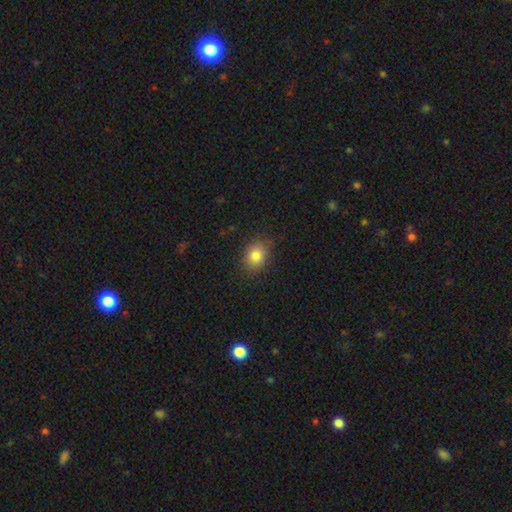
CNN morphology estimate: The model was most divided on "how rounded": in between: 52%, round: 47%, cigar-shaped: 1%. More confident: smooth or featured — smooth (83%); merging — none (82%).